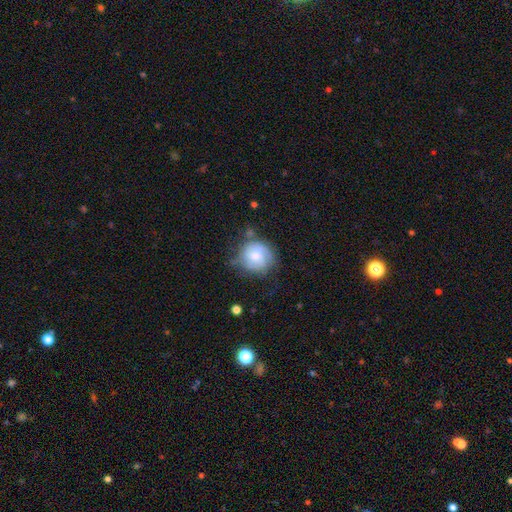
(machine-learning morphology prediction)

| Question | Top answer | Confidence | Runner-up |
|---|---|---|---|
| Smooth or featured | featured or disk | 51% | smooth (42%) |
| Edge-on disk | no | 97% | yes (3%) |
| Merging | none | 59% | minor disturbance (26%) |